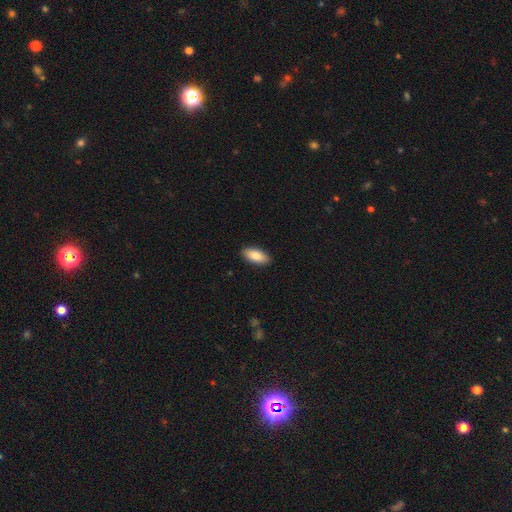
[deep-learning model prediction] Smooth or featured? smooth (88%)
How rounded? in between (89%)
Merging? none (90%)